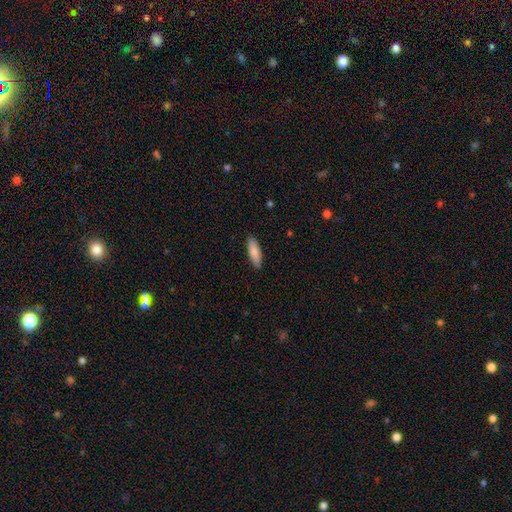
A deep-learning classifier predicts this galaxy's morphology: smooth_or_featured: smooth (p=0.81) [alt: featured or disk p=0.12]
how_rounded: cigar-shaped (p=0.52) [alt: in between p=0.46]
merging: none (p=0.90) [alt: minor disturbance p=0.08]